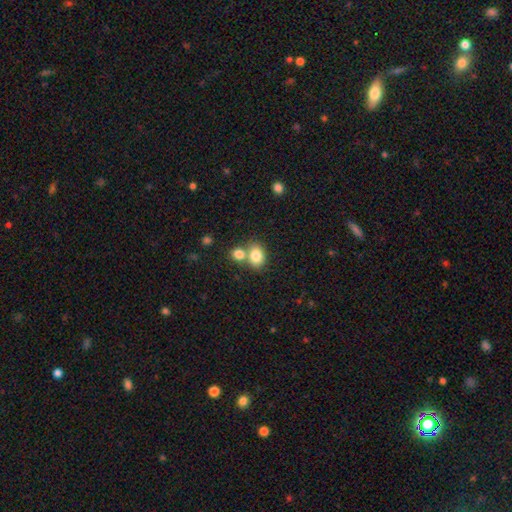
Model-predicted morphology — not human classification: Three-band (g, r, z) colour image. It shows a smooth galaxy with no disk features (81%) that is in between round and cigar-shaped (55%). Merging: none (46%).